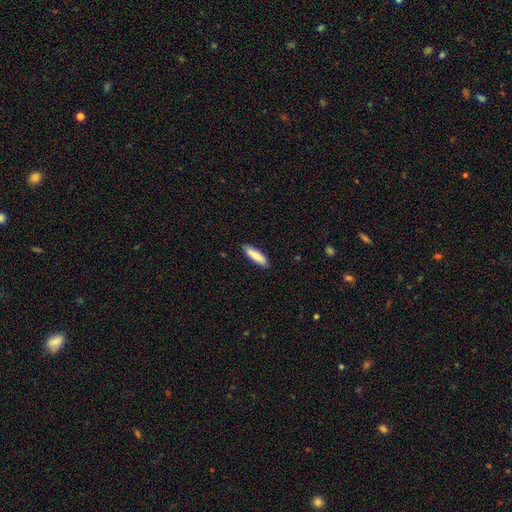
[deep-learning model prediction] Morphology: type=smooth (83%); roundness=cigar-shaped (67%); merging=none (88%).